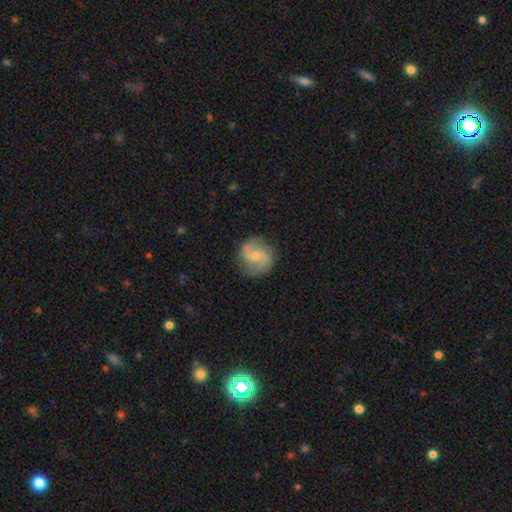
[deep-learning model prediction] Smooth or featured?
  - featured or disk: 72% *
  - smooth: 22%
  - star or artifact: 6%
Edge-on disk?
  - no: 98% *
  - yes: 2%
Bar?
  - no: 48% *
  - weak: 43%
  - strong: 9%
Spiral arms?
  - yes: 94% *
  - no: 6%
Spiral winding?
  - medium: 46% *
  - loose: 37%
  - tight: 17%
Spiral arm count?
  - 2: 89% *
  - can't tell: 5%
  - 1: 2%
  - 3: 2%
  - 4: 1%
  - more than 4: 1%
Bulge size?
  - small: 60% *
  - moderate: 33%
  - none: 4%
  - large: 1%
  - dominant: 1%
Merging?
  - none: 80% *
  - minor disturbance: 14%
  - major disturbance: 5%
  - merger: 1%